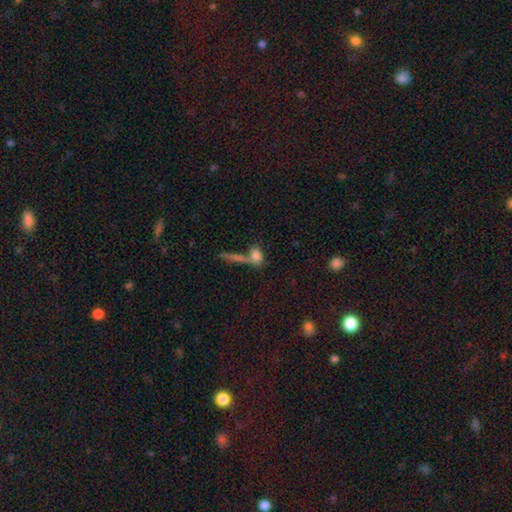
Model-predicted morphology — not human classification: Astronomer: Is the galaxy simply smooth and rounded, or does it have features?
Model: smooth — 73%.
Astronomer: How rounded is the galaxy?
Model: in between — 60%.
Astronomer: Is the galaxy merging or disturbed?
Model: merger — 43% (runner-up: none, 38%).